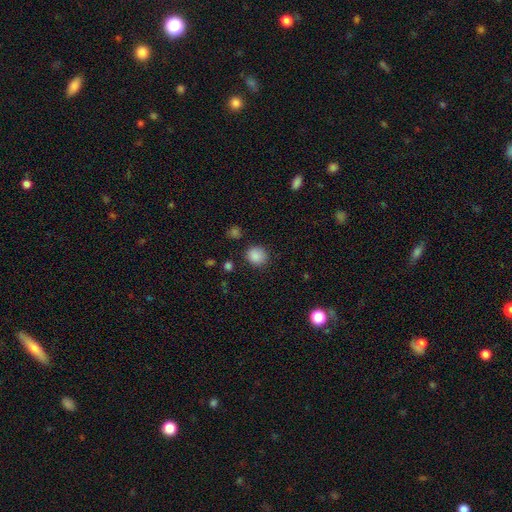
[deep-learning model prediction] Overall: smooth (86%). How rounded: round (81%). Merging: none (82%).